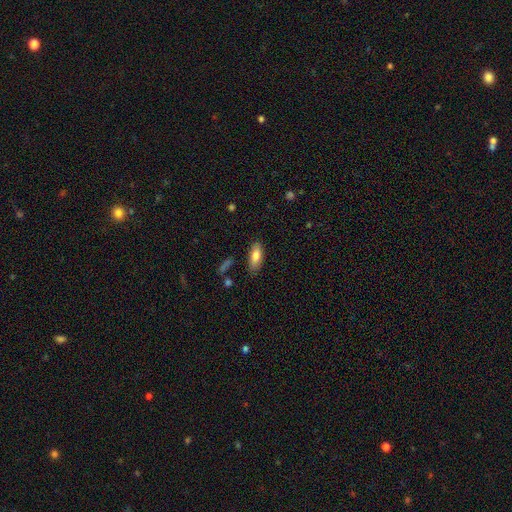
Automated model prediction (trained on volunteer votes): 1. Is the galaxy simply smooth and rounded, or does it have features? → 80% smooth, 14% featured or disk, 7% star or artifact.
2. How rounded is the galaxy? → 77% in between, 20% cigar-shaped, 2% round.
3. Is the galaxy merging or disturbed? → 83% none, 12% minor disturbance, 3% major disturbance, 2% merger.